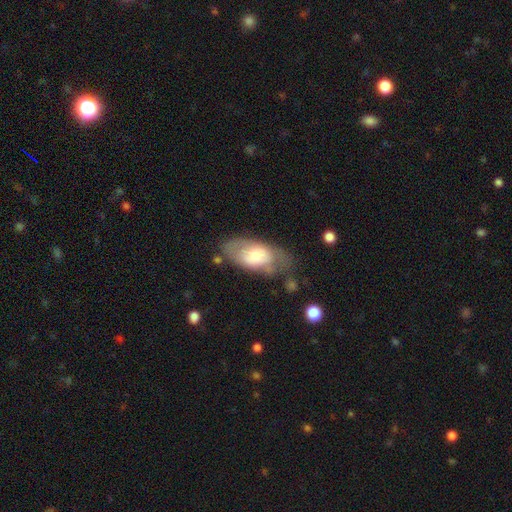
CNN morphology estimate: A smooth galaxy with no disk features (55%) that is in between round and cigar-shaped (90%).

Vote fractions:
- Smooth or featured? smooth: 55% / featured or disk: 39% / star or artifact: 6%
- How rounded? in between: 90% / round: 5% / cigar-shaped: 5%
- Merging? none: 56% / minor disturbance: 26% / major disturbance: 13% / merger: 5%